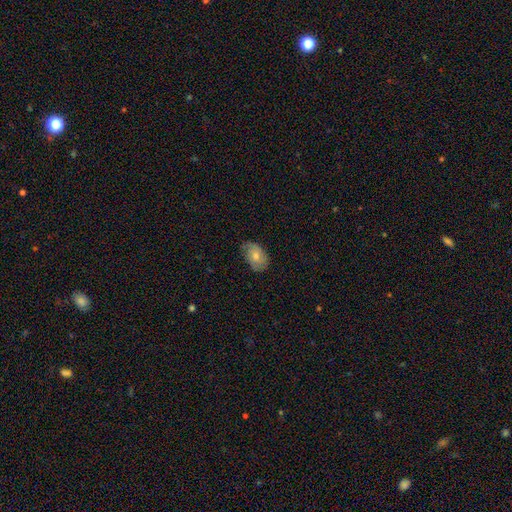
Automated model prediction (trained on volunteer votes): This is likely a smooth galaxy (65%). How rounded: clearly in between (87%). Merging: likely none (65%).